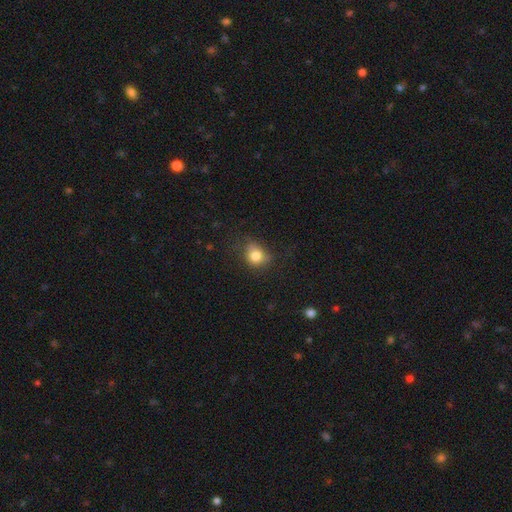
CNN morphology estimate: Smooth or featured?
  - smooth: 80% *
  - star or artifact: 11%
  - featured or disk: 9%
How rounded?
  - round: 64% *
  - in between: 35%
  - cigar-shaped: 1%
Merging?
  - none: 63% *
  - minor disturbance: 26%
  - major disturbance: 9%
  - merger: 2%